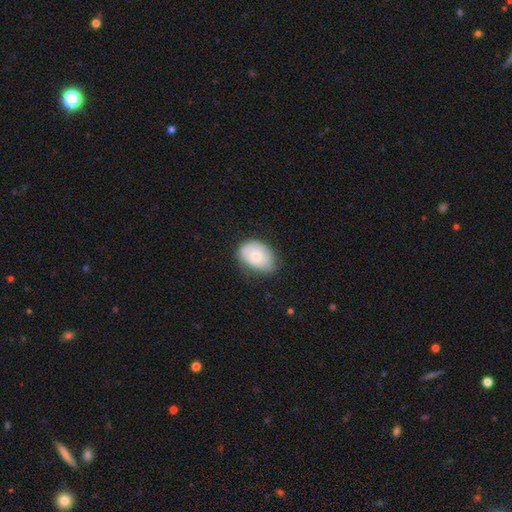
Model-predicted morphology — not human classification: A smooth galaxy with no disk features (59%) that is in between round and cigar-shaped (80%). Merging: none (65%).